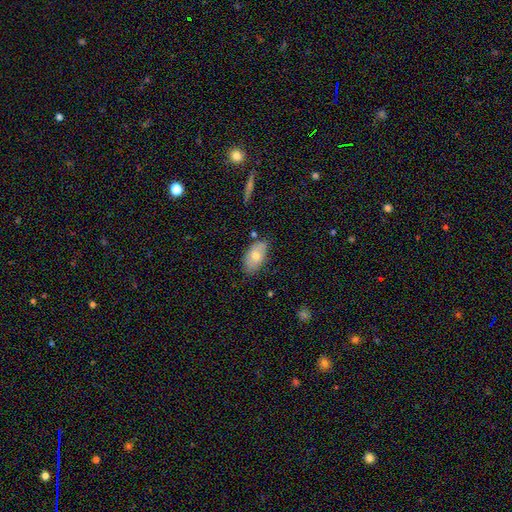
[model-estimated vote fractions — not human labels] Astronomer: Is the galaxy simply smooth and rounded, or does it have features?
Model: smooth — 67%.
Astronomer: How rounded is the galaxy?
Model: in between — 93%.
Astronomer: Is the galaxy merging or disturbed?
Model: none — 73%.